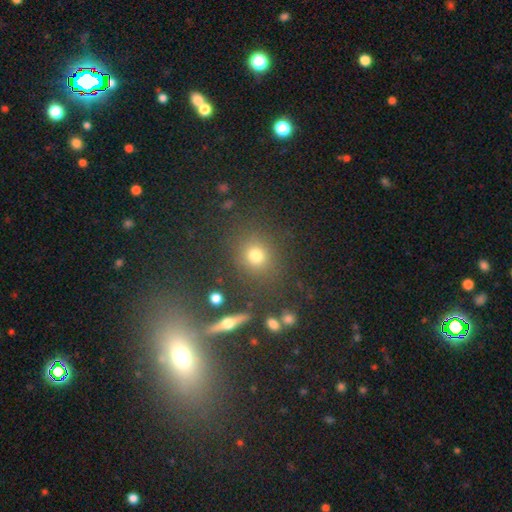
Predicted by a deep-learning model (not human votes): Smooth or featured? Predicted: smooth (p=0.73). How rounded? Predicted: round (p=0.83). Merging? Predicted: none (p=0.81).